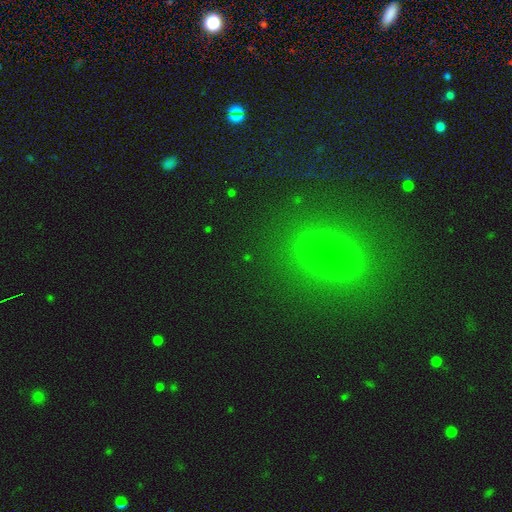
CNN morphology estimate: Q: Smooth or featured?
A: smooth (53%); runner-up: star or artifact (34%)
Q: How rounded?
A: in between (62%); runner-up: round (30%)
Q: Merging?
A: none (87%); runner-up: minor disturbance (8%)